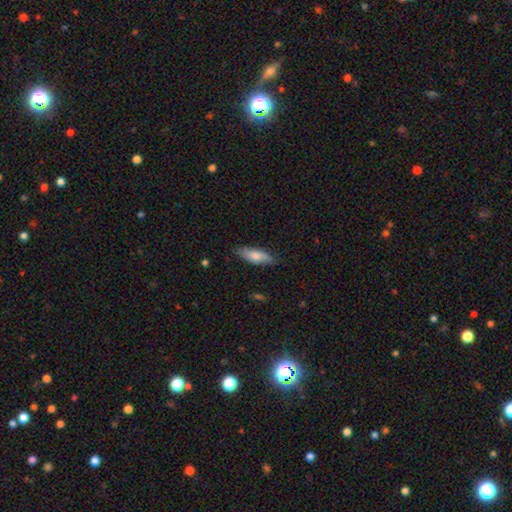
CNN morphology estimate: Smooth or featured? smooth (76%)
How rounded? in between (62%)
Merging? none (79%)